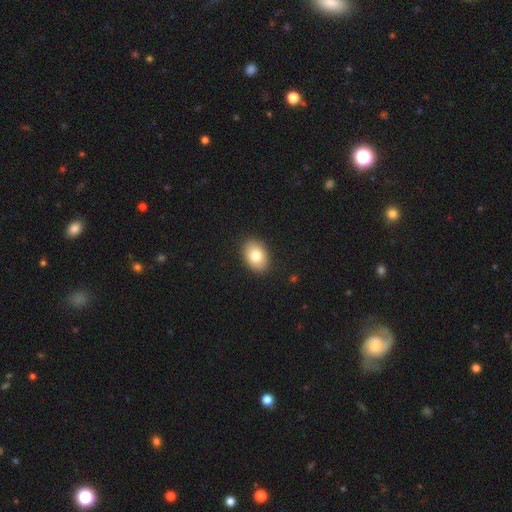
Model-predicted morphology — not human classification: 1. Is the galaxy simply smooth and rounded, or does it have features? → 80% smooth, 12% featured or disk, 8% star or artifact.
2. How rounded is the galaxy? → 77% in between, 22% round, 1% cigar-shaped.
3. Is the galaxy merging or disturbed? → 90% none, 7% minor disturbance, 2% major disturbance, 1% merger.